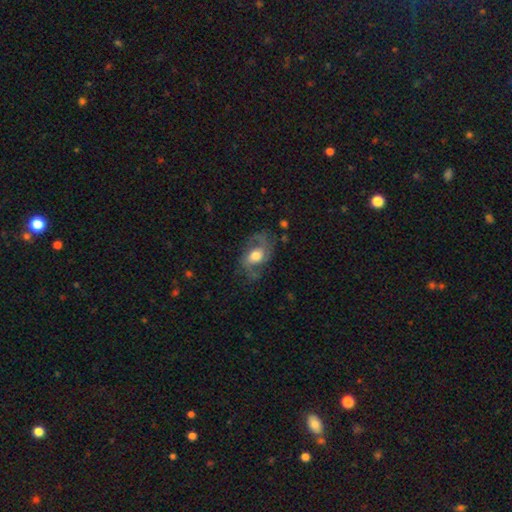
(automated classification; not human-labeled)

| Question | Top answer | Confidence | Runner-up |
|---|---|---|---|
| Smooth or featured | featured or disk | 67% | smooth (26%) |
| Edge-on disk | no | 96% | yes (4%) |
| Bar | no | 61% | weak (30%) |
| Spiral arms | yes | 84% | no (16%) |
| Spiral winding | medium | 46% | loose (38%) |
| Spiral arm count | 2 | 79% | can't tell (9%) |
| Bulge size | moderate | 60% | large (29%) |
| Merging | none | 57% | minor disturbance (23%) |